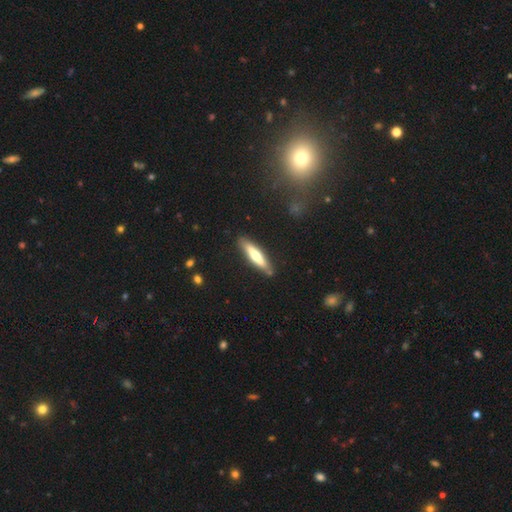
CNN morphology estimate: This is possibly a smooth galaxy (51%). How rounded: clearly cigar-shaped (82%). Merging: clearly none (84%).